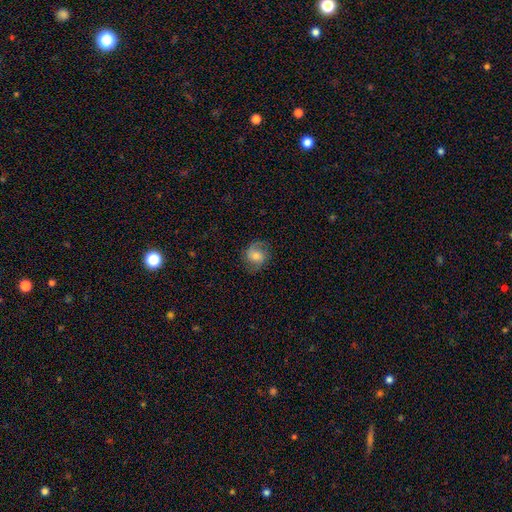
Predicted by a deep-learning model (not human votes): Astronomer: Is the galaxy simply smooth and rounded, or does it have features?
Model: featured or disk — 48% (runner-up: smooth, 42%).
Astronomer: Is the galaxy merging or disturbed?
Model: none — 75%.